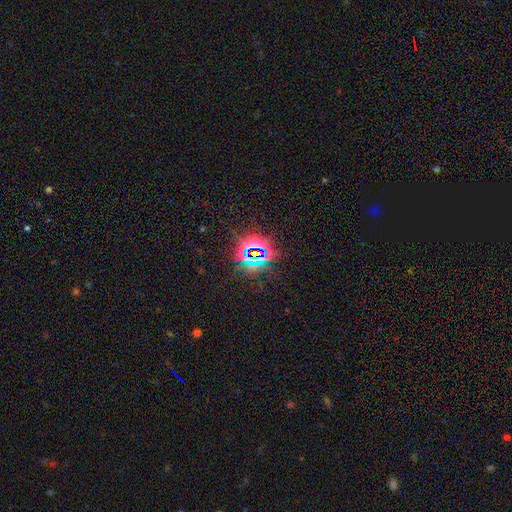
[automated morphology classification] smooth-or-featured: star or artifact: 80% | smooth: 11% | featured or disk: 8%